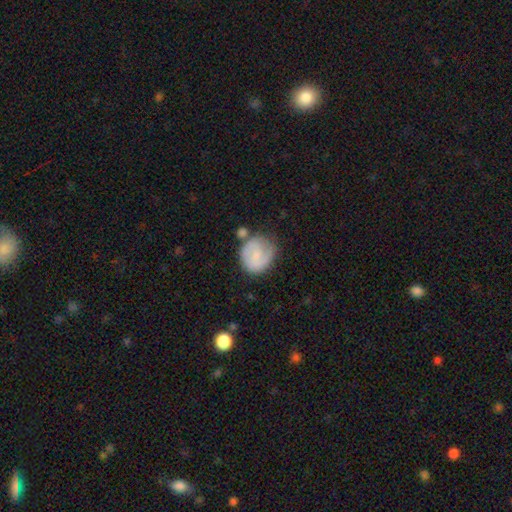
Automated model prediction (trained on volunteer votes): Smooth or featured?
  - featured or disk: 47% * (tied)
  - smooth: 47% * (tied)
  - star or artifact: 7%
Merging?
  - none: 56% *
  - minor disturbance: 24%
  - major disturbance: 11%
  - merger: 9%